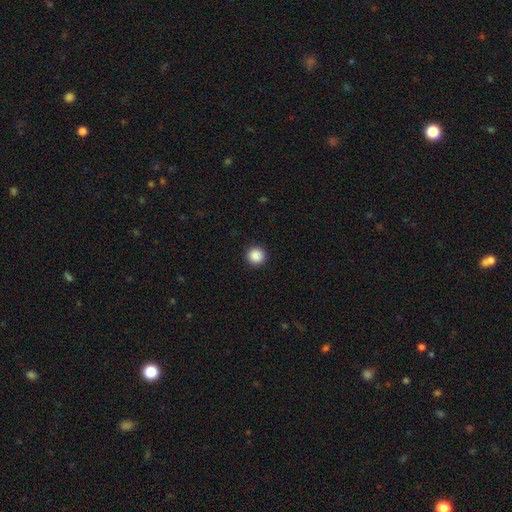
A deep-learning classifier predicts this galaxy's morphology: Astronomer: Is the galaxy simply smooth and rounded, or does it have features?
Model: smooth — 88%.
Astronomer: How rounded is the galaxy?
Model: round — 96%.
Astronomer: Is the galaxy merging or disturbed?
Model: none — 93%.